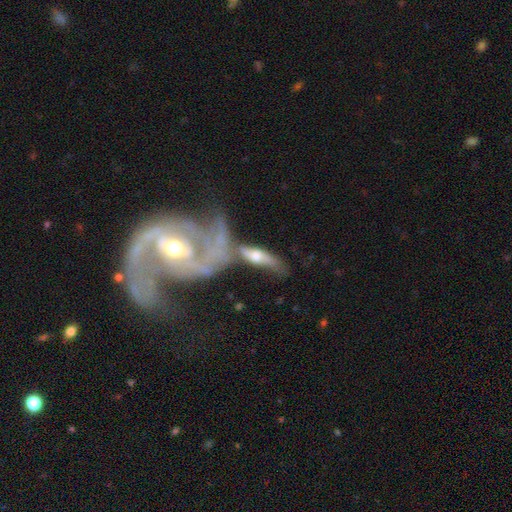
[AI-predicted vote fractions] Q: Smooth or featured?
A: featured or disk (66%); runner-up: smooth (27%)
Q: Edge-on disk?
A: no (55%); runner-up: yes (45%)
Q: Merging?
A: merger (46%); runner-up: none (26%)